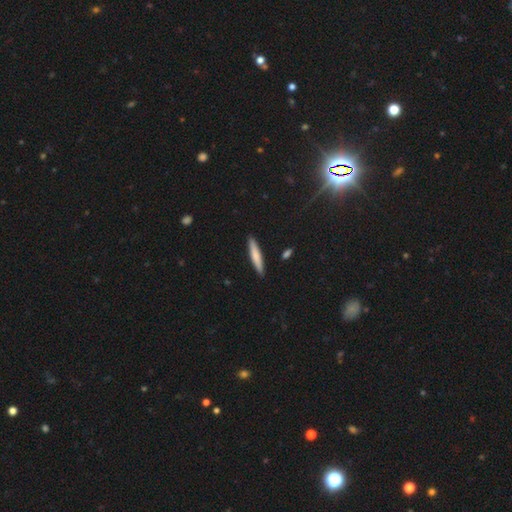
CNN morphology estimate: Smooth or featured? smooth (71%)
How rounded? cigar-shaped (92%)
Merging? none (90%)